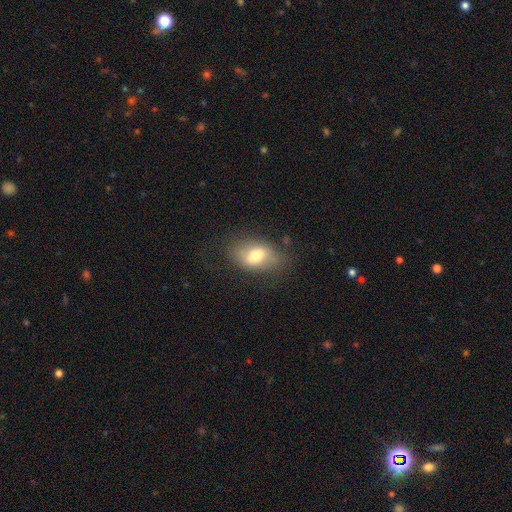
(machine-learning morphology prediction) Smooth or featured? Predicted: smooth (p=0.68). How rounded? Predicted: in between (p=0.83). Merging? Predicted: none (p=0.66).